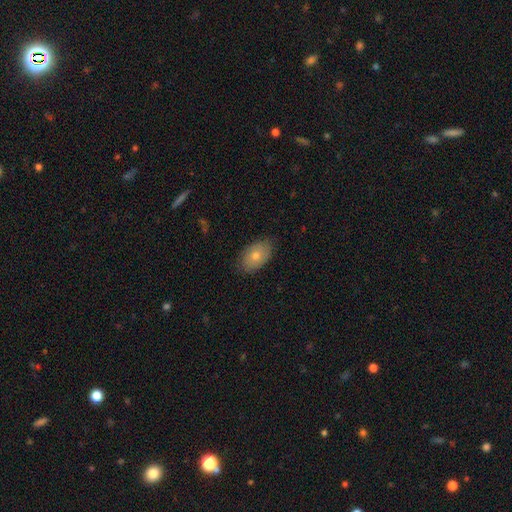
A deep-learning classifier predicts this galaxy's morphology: Overall: smooth (66%). How rounded: in between (90%). Merging: none (83%).